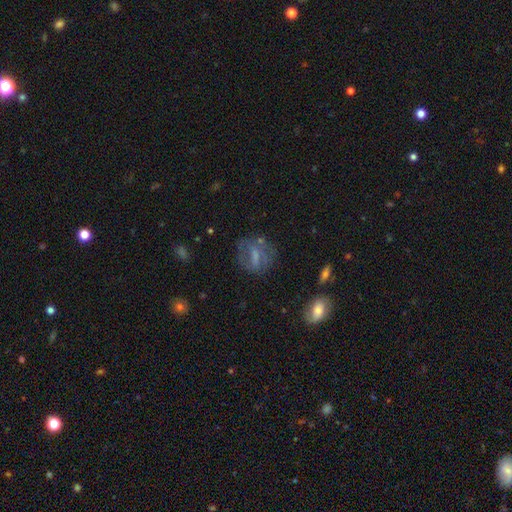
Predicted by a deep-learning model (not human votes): Smooth or featured: featured or disk — 45% (smooth — 41%)
Merging: none — 59% (minor disturbance — 19%)